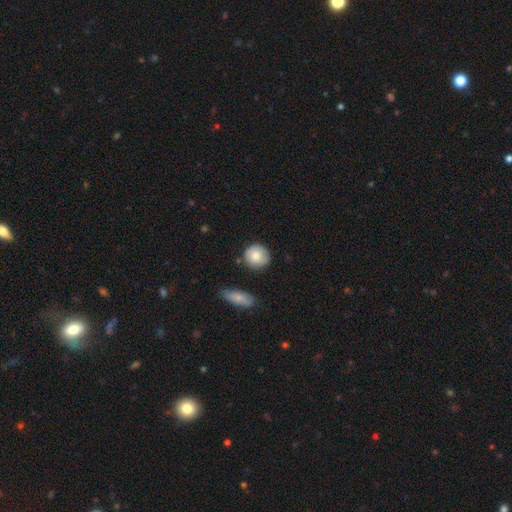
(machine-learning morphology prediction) Q: Smooth or featured?
A: smooth (79%); runner-up: featured or disk (15%)
Q: How rounded?
A: round (89%); runner-up: in between (9%)
Q: Merging?
A: none (79%); runner-up: minor disturbance (14%)